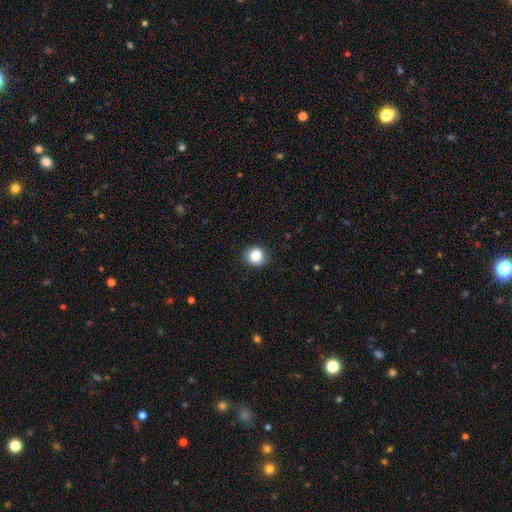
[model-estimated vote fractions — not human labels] Smooth or featured?
  - smooth: 85% *
  - star or artifact: 10%
  - featured or disk: 5%
How rounded?
  - round: 86% *
  - in between: 13%
  - cigar-shaped: 1%
Merging?
  - none: 89% *
  - minor disturbance: 8%
  - major disturbance: 2%
  - merger: 1%